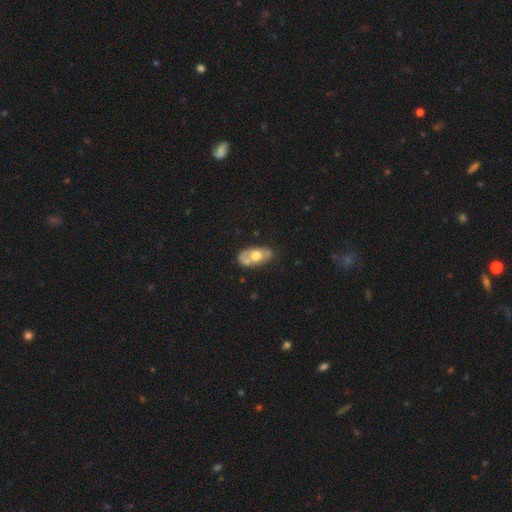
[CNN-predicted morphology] Smooth or featured?
  - featured or disk: 48% *
  - smooth: 47%
  - star or artifact: 5%
Merging?
  - none: 58% *
  - minor disturbance: 22%
  - merger: 13%
  - major disturbance: 7%